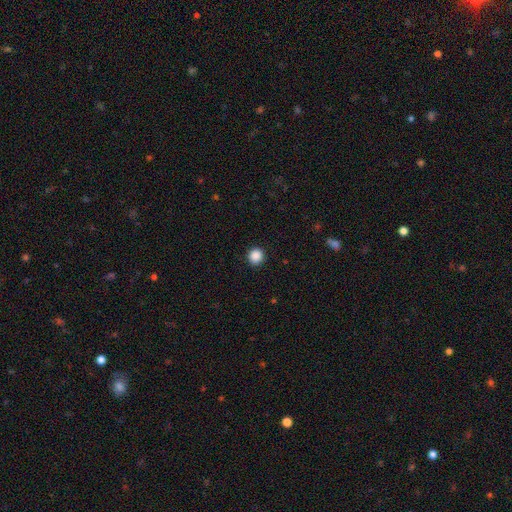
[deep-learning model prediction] This is clearly a smooth galaxy (88%). How rounded: clearly round (93%). Merging: clearly none (92%).